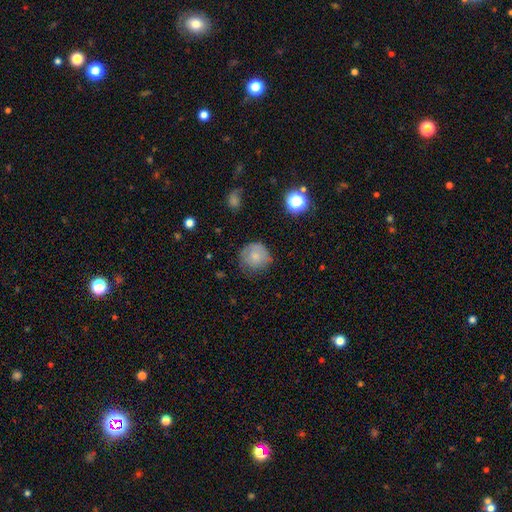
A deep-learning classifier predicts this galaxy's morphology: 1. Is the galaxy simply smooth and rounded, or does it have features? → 75% smooth, 15% featured or disk, 10% star or artifact.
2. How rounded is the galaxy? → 90% round, 9% in between, 1% cigar-shaped.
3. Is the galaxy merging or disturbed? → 66% none, 24% minor disturbance, 8% major disturbance, 2% merger.